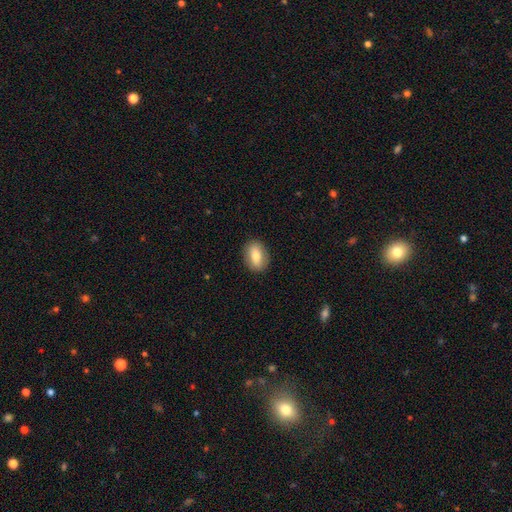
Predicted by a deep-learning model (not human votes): This is likely a smooth galaxy (74%). How rounded: likely in between (80%). Merging: clearly none (87%).